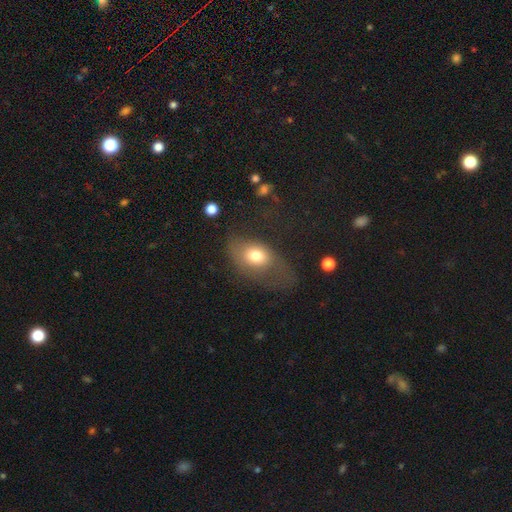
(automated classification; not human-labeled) Q: Smooth or featured?
A: smooth (67%); runner-up: featured or disk (23%)
Q: How rounded?
A: in between (75%); runner-up: round (22%)
Q: Merging?
A: major disturbance (40%); runner-up: none (35%)